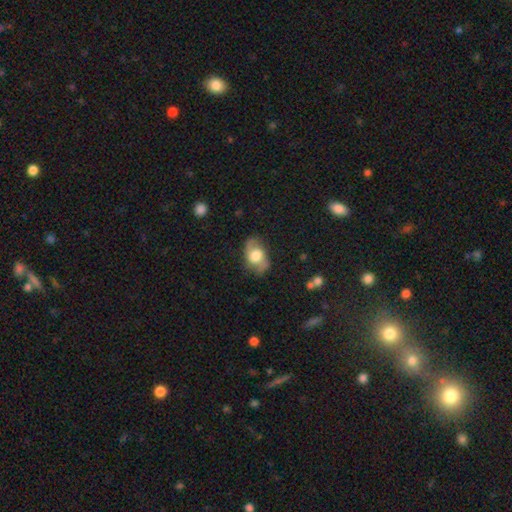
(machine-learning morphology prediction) smooth_or_featured: smooth (p=0.52) [alt: featured or disk p=0.41]
how_rounded: in between (p=0.86) [alt: round p=0.12]
merging: none (p=0.70) [alt: minor disturbance p=0.21]